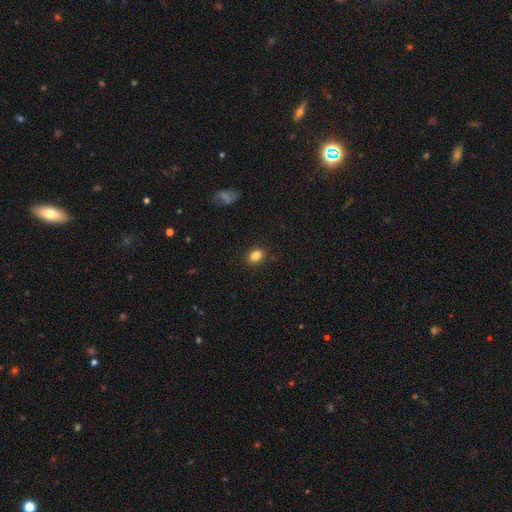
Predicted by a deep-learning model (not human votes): smooth 85%, star or artifact 10%, featured or disk 5%. Down the decision tree: how rounded — in between (61%); merging — none (87%).